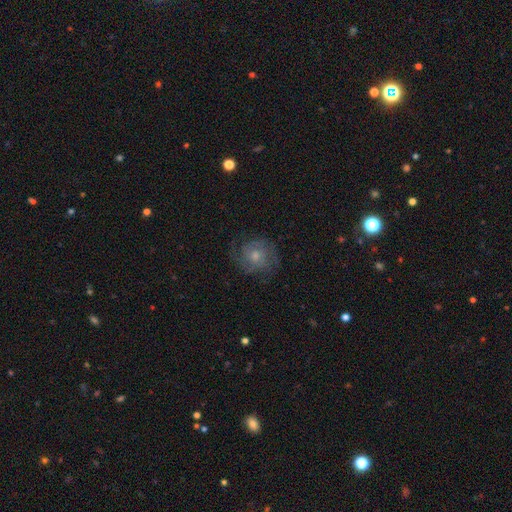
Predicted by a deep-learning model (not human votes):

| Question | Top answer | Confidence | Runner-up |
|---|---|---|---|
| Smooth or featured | featured or disk | 58% | smooth (34%) |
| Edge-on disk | no | 97% | yes (3%) |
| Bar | no | 78% | weak (20%) |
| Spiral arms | yes | 82% | no (18%) |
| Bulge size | moderate | 54% | small (35%) |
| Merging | none | 67% | minor disturbance (19%) |